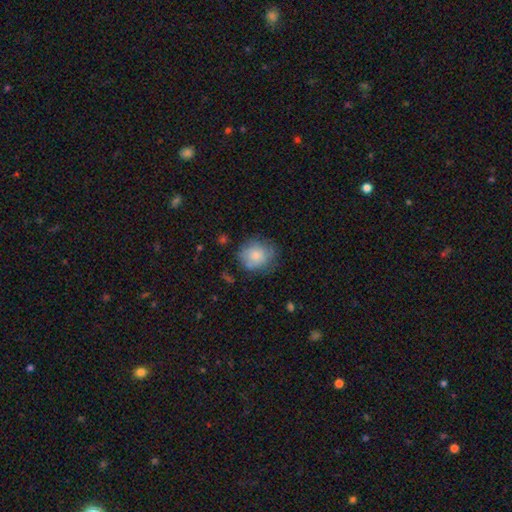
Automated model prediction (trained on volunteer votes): A smooth galaxy with no disk features (79%) that is round (76%). Merging: none (70%).